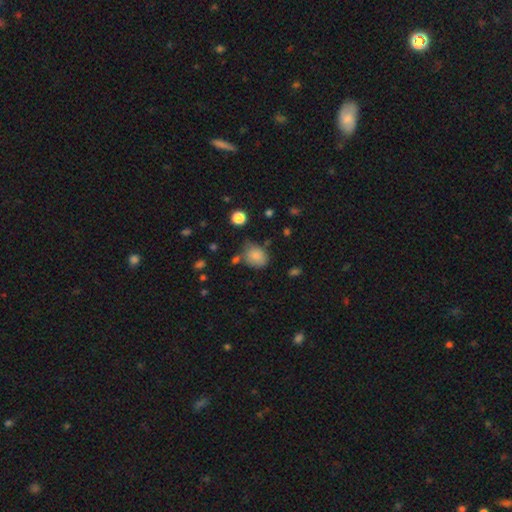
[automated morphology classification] type=smooth (81%); roundness=in between (55%); merging=none (59%).